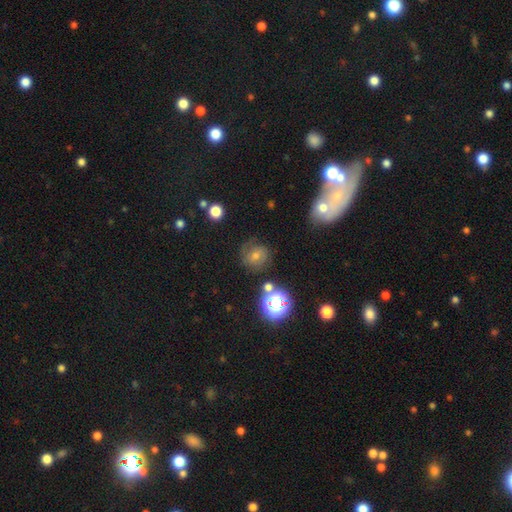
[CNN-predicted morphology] Q: Smooth or featured?
A: smooth (50%); runner-up: featured or disk (28%)
Q: How rounded?
A: round (86%); runner-up: in between (13%)
Q: Merging?
A: none (68%); runner-up: minor disturbance (18%)